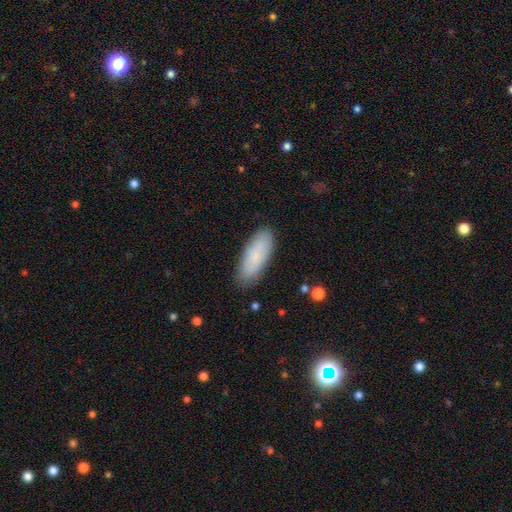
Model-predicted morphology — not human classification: smooth 79%, featured or disk 14%, star or artifact 7%. Down the decision tree: how rounded — in between (71%); merging — none (85%).